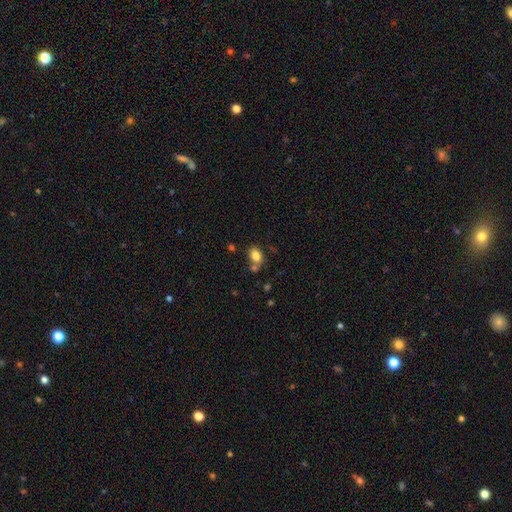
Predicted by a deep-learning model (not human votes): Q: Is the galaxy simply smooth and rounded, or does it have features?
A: smooth — 82%.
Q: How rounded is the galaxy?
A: in between — 79%.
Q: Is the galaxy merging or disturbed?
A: none — 61%.